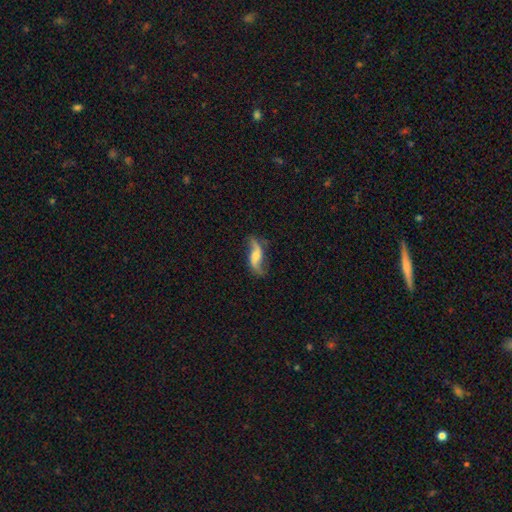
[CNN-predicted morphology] The model was most divided on "bulge size": moderate: 44%, small: 40%, none: 8%, large: 6%, dominant: 2%. Remaining: spiral arms — yes (93%); spiral arm count — 2 (92%); edge-on disk — no (91%); spiral winding — loose (86%); smooth or featured — featured or disk (77%); merging — none (71%); bar — no (50%).